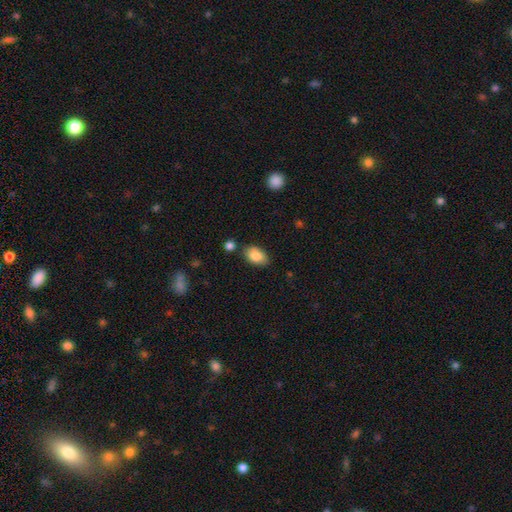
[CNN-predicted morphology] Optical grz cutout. It shows a smooth galaxy with no disk features (85%) that is in between round and cigar-shaped (91%). Merging: none (80%).